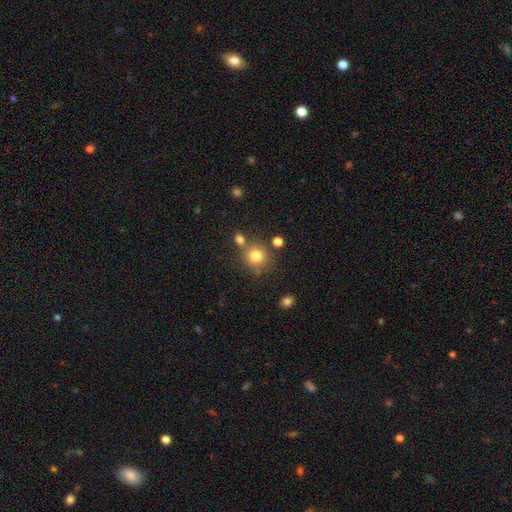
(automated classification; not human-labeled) This is likely a smooth galaxy (79%). How rounded: clearly round (89%). Merging: likely none (71%).